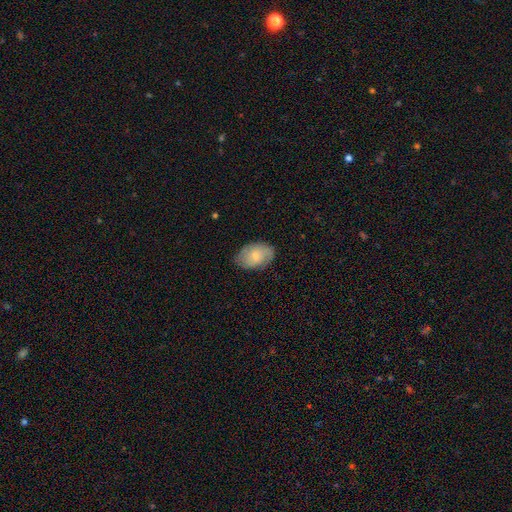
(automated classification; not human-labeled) The model was most divided on "smooth or featured": smooth: 59%, featured or disk: 34%, star or artifact: 6%. More confident: how rounded — in between (86%); merging — none (73%).